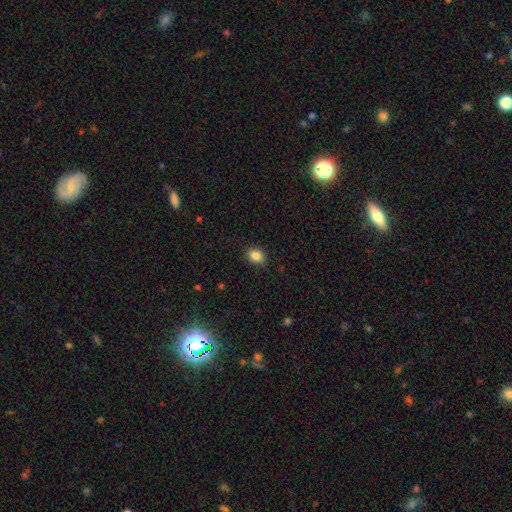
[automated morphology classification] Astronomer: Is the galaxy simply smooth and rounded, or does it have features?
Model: smooth — 85%.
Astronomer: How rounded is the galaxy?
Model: round — 52% (runner-up: in between, 47%).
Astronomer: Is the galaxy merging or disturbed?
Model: none — 87%.